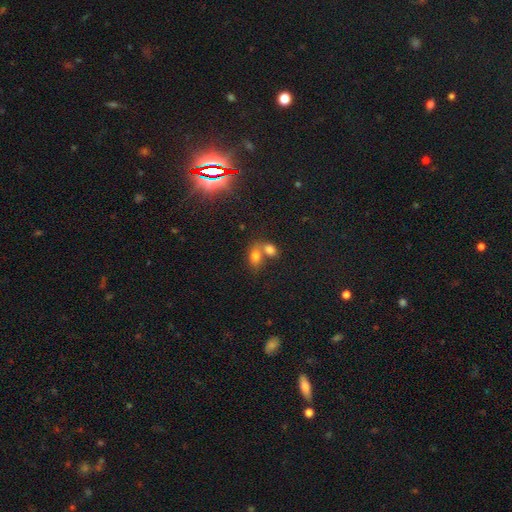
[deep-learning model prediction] Smooth or featured?
  - smooth: 75% *
  - featured or disk: 13%
  - star or artifact: 13%
How rounded?
  - in between: 77% *
  - round: 22%
  - cigar-shaped: 2%
Merging?
  - merger: 61% *
  - none: 28%
  - minor disturbance: 8%
  - major disturbance: 4%